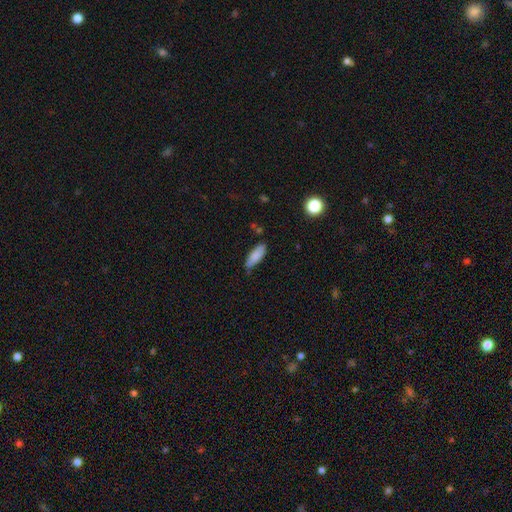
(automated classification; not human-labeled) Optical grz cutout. It shows a smooth galaxy with no disk features (84%) that is in between round and cigar-shaped (65%). Merging: none (63%).